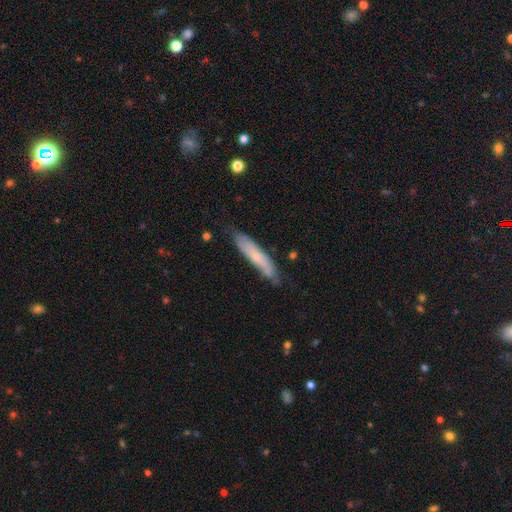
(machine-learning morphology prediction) Smooth or featured? smooth (57%)
How rounded? cigar-shaped (86%)
Merging? none (74%)